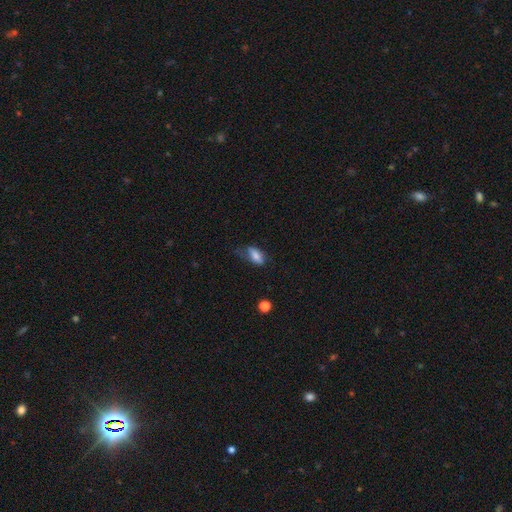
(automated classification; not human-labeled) Smooth or featured?
  - smooth: 75% *
  - featured or disk: 17%
  - star or artifact: 8%
How rounded?
  - in between: 86% *
  - cigar-shaped: 10%
  - round: 4%
Merging?
  - none: 42% *
  - minor disturbance: 35%
  - major disturbance: 21%
  - merger: 2%